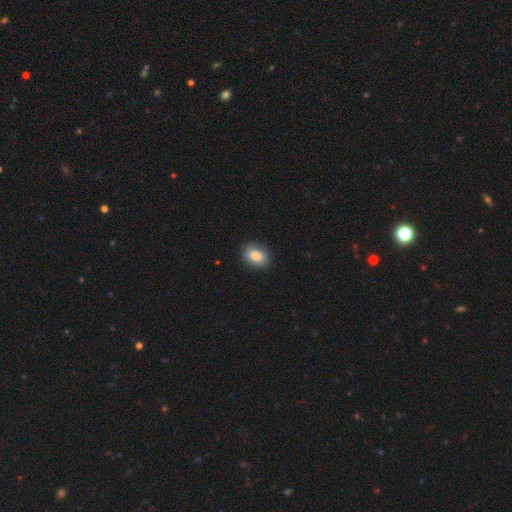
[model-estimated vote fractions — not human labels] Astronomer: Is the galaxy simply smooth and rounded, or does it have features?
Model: smooth — 86%.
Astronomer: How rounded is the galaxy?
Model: in between — 75%.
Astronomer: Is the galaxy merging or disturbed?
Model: none — 86%.